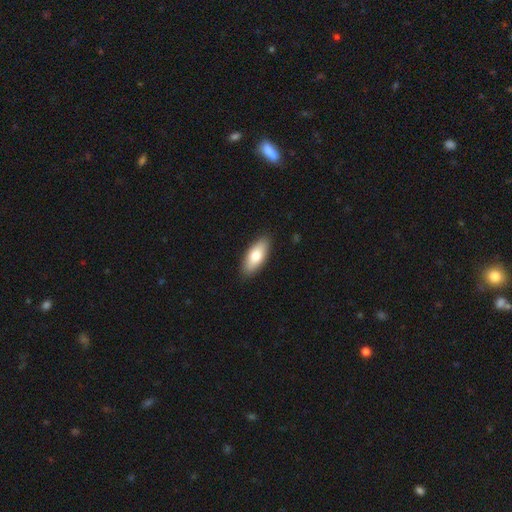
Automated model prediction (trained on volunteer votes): This appears to be a smooth galaxy with no disk features (78%) that is in between round and cigar-shaped (81%). Merging: none (89%).